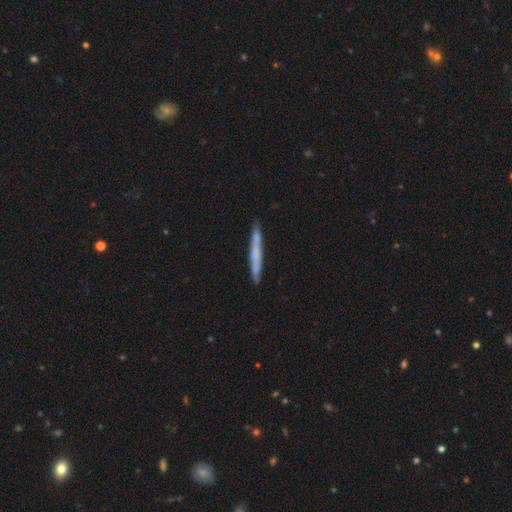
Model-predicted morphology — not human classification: A smooth galaxy with no disk features (54%) that is cigar-shaped (96%).

Vote fractions:
- Smooth or featured? smooth: 54% / featured or disk: 40% / star or artifact: 6%
- How rounded? cigar-shaped: 96% / in between: 2% / round: 1%
- Merging? none: 85% / minor disturbance: 11% / merger: 2% / major disturbance: 2%